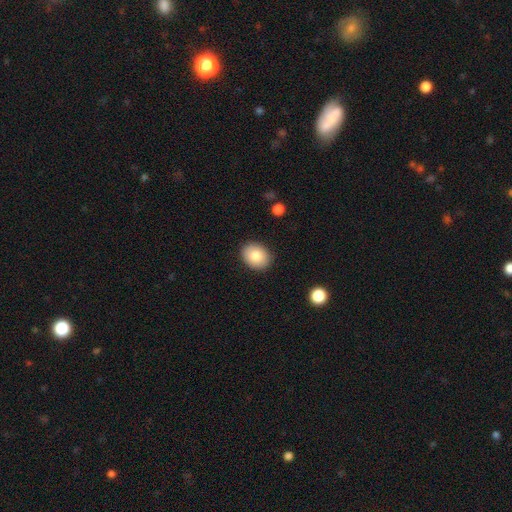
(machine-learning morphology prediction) This appears to be a smooth galaxy with no disk features (82%) that is in between round and cigar-shaped (54%). Merging: none (89%).